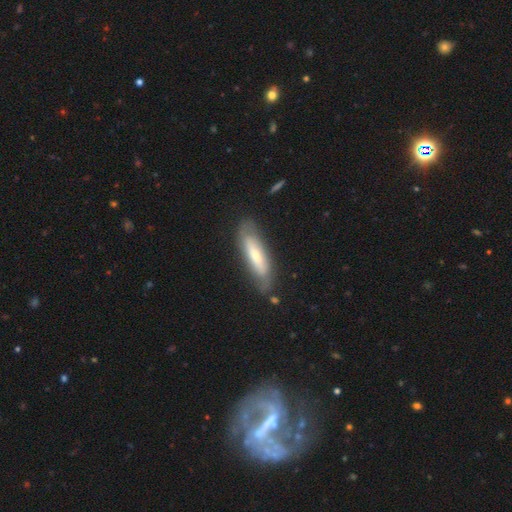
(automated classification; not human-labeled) Smooth or featured? Predicted: smooth (p=0.52). How rounded? Predicted: cigar-shaped (p=0.60). Merging? Predicted: none (p=0.70).